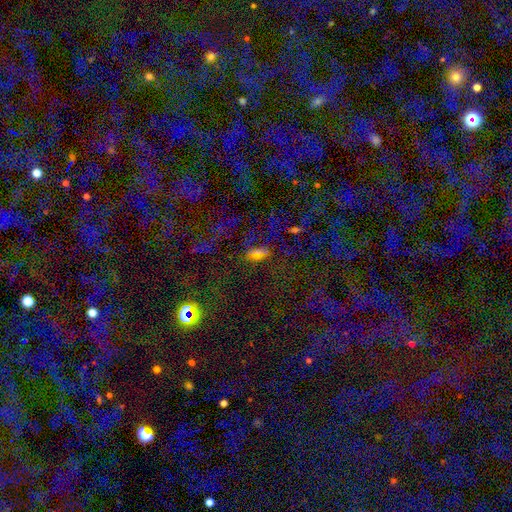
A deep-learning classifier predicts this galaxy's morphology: Smooth or featured?
  - star or artifact: 48% *
  - smooth: 37%
  - featured or disk: 15%